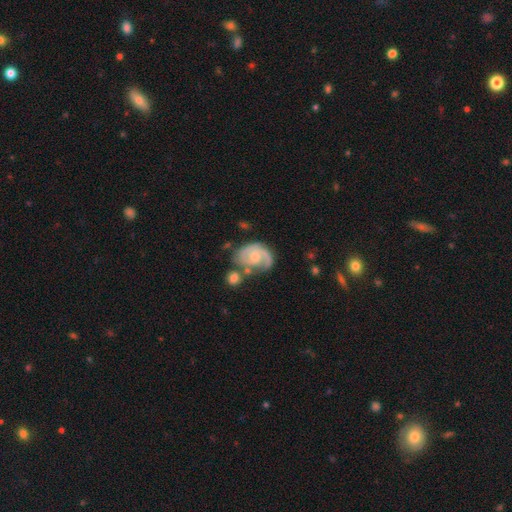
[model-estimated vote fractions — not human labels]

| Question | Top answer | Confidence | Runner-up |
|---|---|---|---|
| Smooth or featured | featured or disk | 80% | smooth (15%) |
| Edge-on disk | no | 98% | yes (2%) |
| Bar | no | 66% | weak (30%) |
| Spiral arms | yes | 93% | no (7%) |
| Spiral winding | tight | 45% | medium (40%) |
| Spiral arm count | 2 | 50% | 1 (29%) |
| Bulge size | small | 52% | moderate (34%) |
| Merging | none | 48% | minor disturbance (22%) |